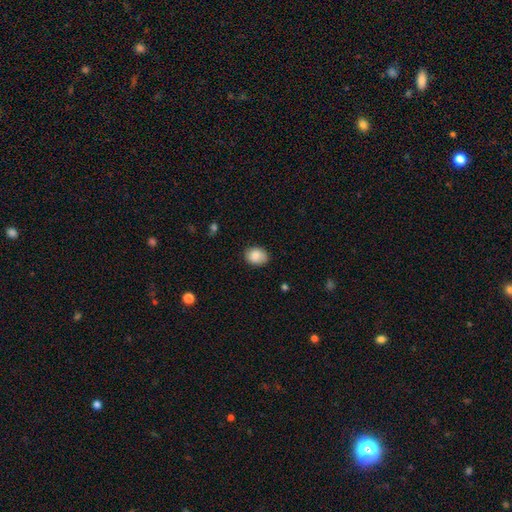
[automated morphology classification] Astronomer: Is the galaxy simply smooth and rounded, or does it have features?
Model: smooth — 87%.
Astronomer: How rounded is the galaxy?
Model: in between — 58% (runner-up: round, 41%).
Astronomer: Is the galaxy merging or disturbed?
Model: none — 81%.